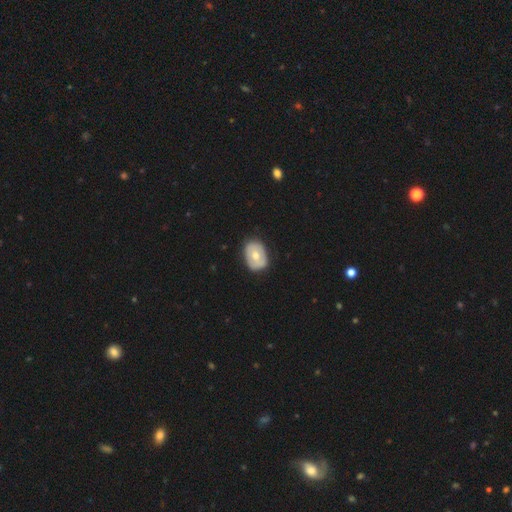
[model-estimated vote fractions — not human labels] Smooth or featured? smooth (58%)
How rounded? in between (72%)
Merging? none (81%)